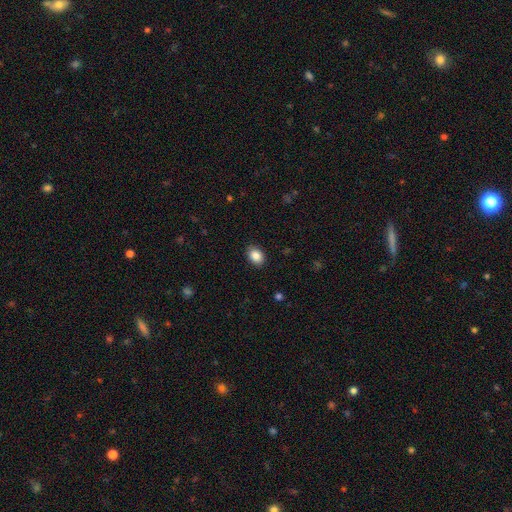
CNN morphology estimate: Smooth or featured? Predicted: smooth (p=0.87). How rounded? Predicted: in between (p=0.68). Merging? Predicted: none (p=0.88).